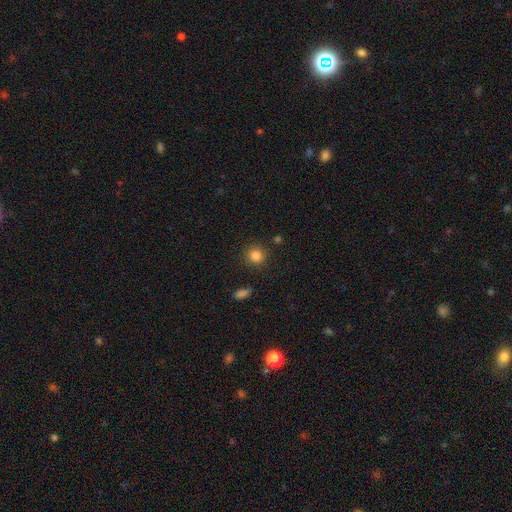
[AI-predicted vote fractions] This appears to be a smooth galaxy with no disk features (84%) that is round (90%). Merging: none (88%).